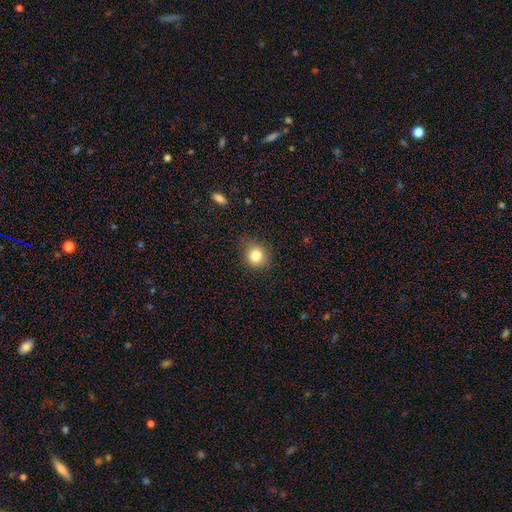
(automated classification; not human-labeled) This is clearly a smooth galaxy (82%). How rounded: clearly round (89%). Merging: clearly none (85%).